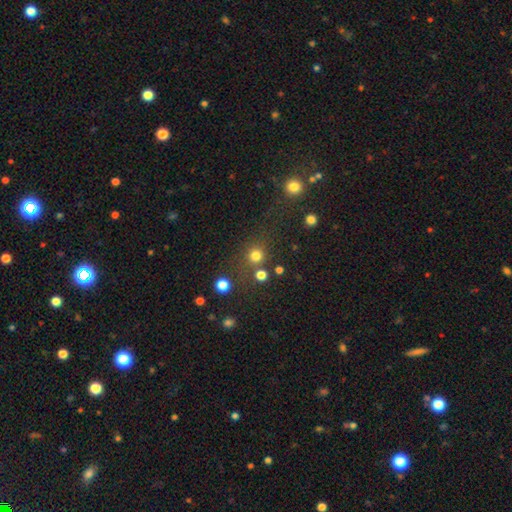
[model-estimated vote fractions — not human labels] Morphology: type=smooth (76%); roundness=round (91%); merging=none (73%).